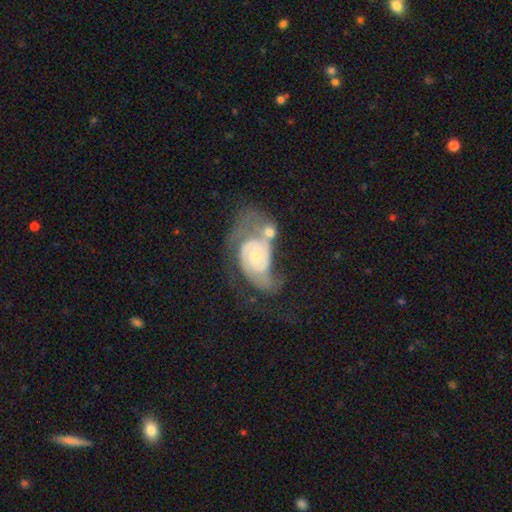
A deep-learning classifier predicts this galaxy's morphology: smooth-or-featured: featured or disk: 82% | smooth: 13% | star or artifact: 6%
  disk-edge-on: no: 97% | yes: 3%
    bar: no: 76% | weak: 20% | strong: 4%
    has-spiral-arms: yes: 90% | no: 10%
      spiral-winding: tight: 48% | medium: 35% | loose: 17%
      spiral-arm-count: 2: 61% | can't tell: 17% | 1: 13% | 3: 6% | 4: 2% | more than 4: 2%
    bulge-size: small: 60% | moderate: 34% | large: 3% | none: 2% | dominant: 1%
  merging: major disturbance: 31% | none: 28% | merger: 23% | minor disturbance: 18%